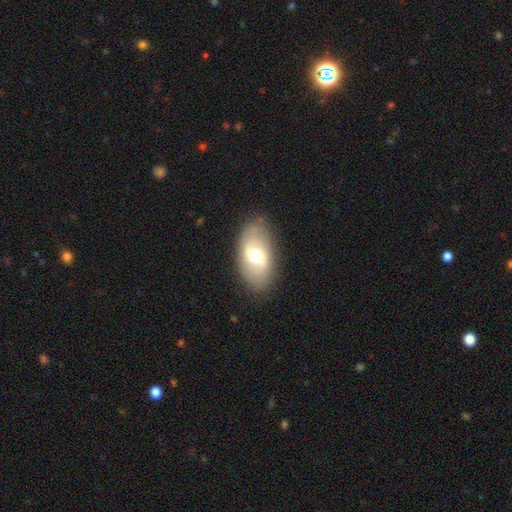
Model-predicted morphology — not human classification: Overall: smooth (47%; featured or disk 46%). Merging: none (83%).